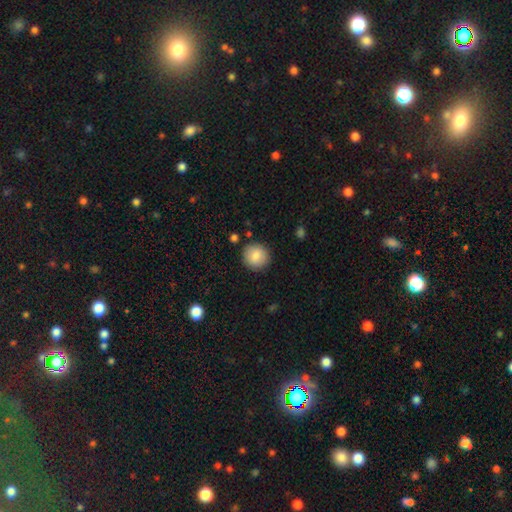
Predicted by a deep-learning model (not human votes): Q: Smooth or featured?
A: smooth (86%); runner-up: star or artifact (7%)
Q: How rounded?
A: round (91%); runner-up: in between (8%)
Q: Merging?
A: none (89%); runner-up: minor disturbance (7%)